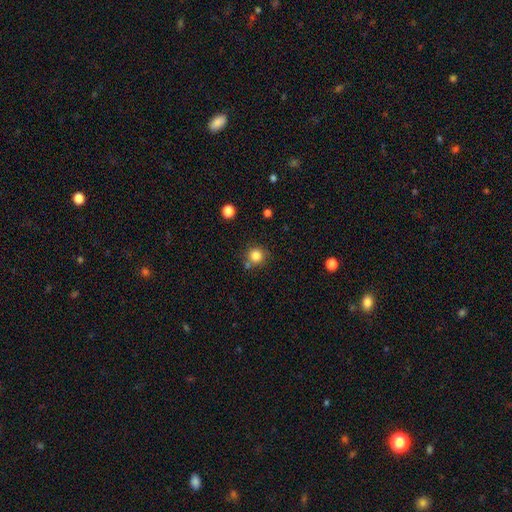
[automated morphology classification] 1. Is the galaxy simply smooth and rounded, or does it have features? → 83% smooth, 11% star or artifact, 5% featured or disk.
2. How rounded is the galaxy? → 92% round, 7% in between, 1% cigar-shaped.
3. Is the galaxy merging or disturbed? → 76% none, 11% merger, 10% minor disturbance, 3% major disturbance.